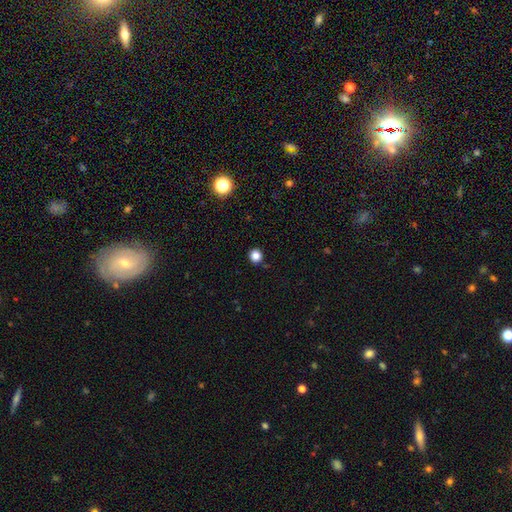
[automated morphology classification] A smooth galaxy with no disk features (83%) that is round (92%).

Vote fractions:
- Smooth or featured? smooth: 83% / star or artifact: 13% / featured or disk: 4%
- How rounded? round: 92% / in between: 7% / cigar-shaped: 1%
- Merging? none: 90% / minor disturbance: 6% / merger: 2% / major disturbance: 2%